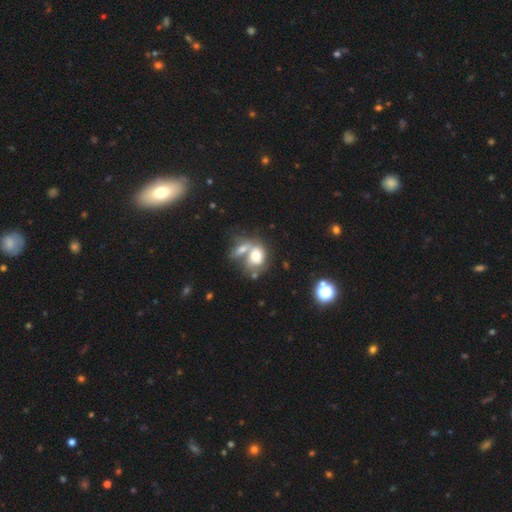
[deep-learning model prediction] A smooth galaxy with no disk features (65%) that is in between round and cigar-shaped (61%). Merging: merger (59%).